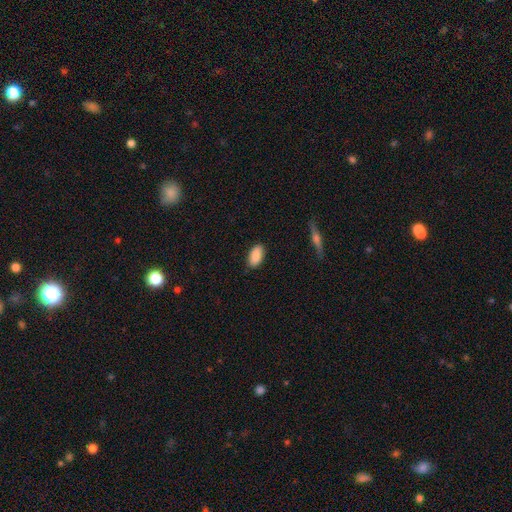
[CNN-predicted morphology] Smooth or featured? smooth (88%)
How rounded? in between (93%)
Merging? none (87%)